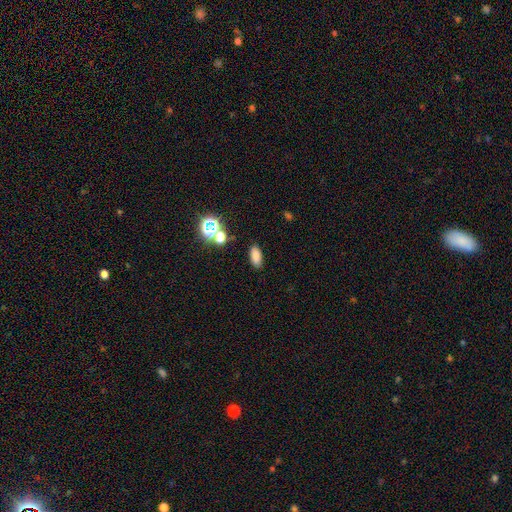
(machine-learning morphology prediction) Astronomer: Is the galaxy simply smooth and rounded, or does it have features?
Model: smooth — 79%.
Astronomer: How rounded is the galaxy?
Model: in between — 85%.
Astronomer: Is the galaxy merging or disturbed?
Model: none — 86%.